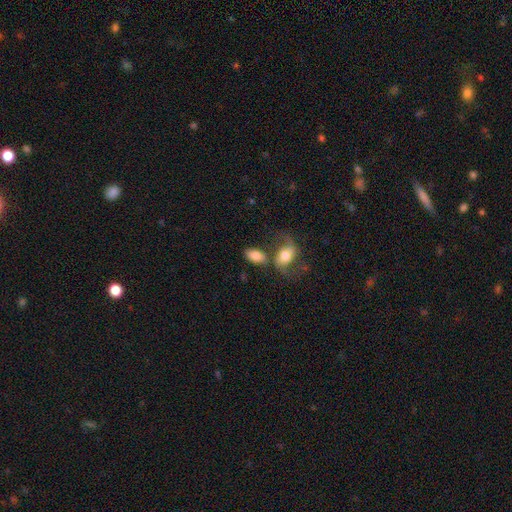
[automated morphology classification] Smooth or featured: smooth — 78% (featured or disk — 14%)
How rounded: in between — 91% (round — 6%)
Merging: none — 49% (merger — 28%)